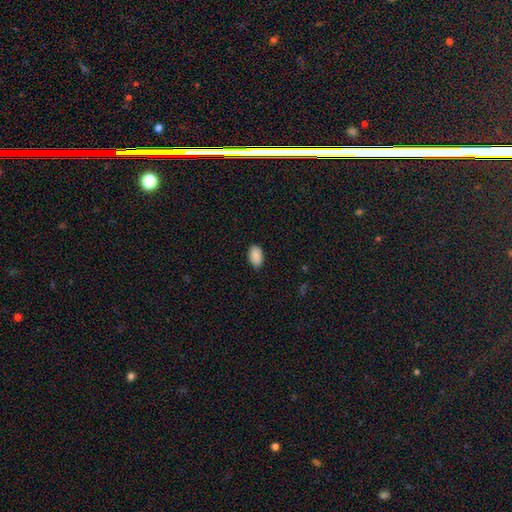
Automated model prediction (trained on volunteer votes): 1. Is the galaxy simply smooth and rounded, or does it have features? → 90% smooth, 7% star or artifact, 3% featured or disk.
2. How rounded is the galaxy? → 93% in between, 5% round, 1% cigar-shaped.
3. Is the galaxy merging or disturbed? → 87% none, 10% minor disturbance, 2% major disturbance, 1% merger.